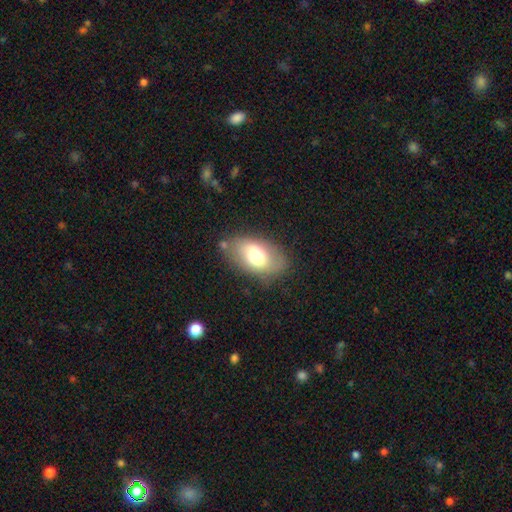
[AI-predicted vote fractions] A smooth galaxy with no disk features (67%) that is in between round and cigar-shaped (91%). Merging: none (75%).